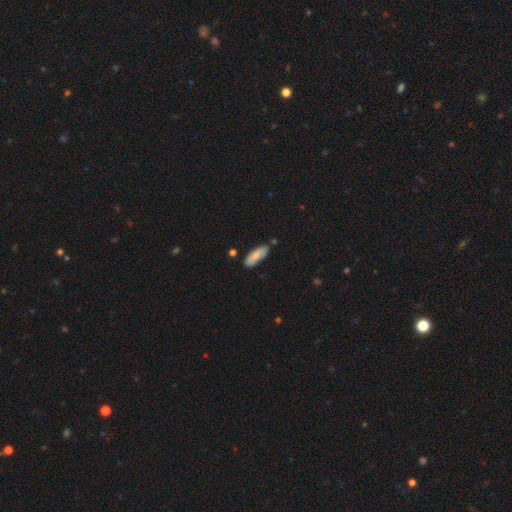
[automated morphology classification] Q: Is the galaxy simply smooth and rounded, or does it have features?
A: smooth — 78%.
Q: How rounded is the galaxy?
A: in between — 66%.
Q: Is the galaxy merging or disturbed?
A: none — 79%.